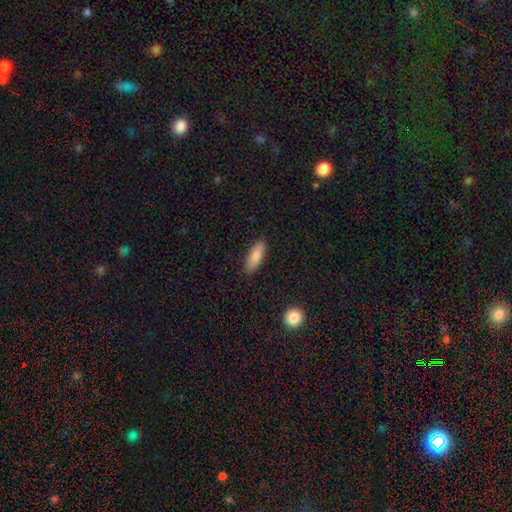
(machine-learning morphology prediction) Smooth or featured? Predicted: smooth (p=0.85). How rounded? Predicted: in between (p=0.58). Merging? Predicted: none (p=0.88).